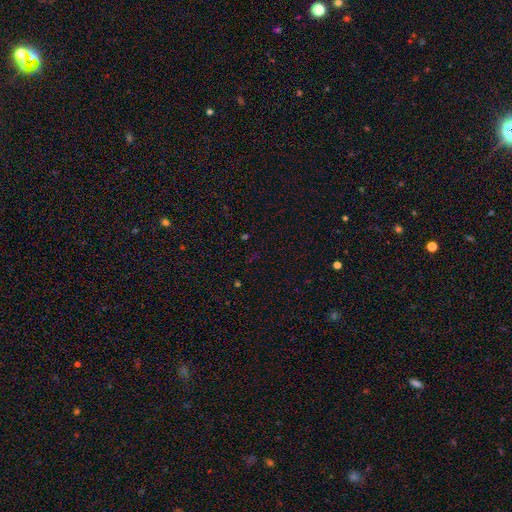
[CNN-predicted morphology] type=star or artifact (67%).